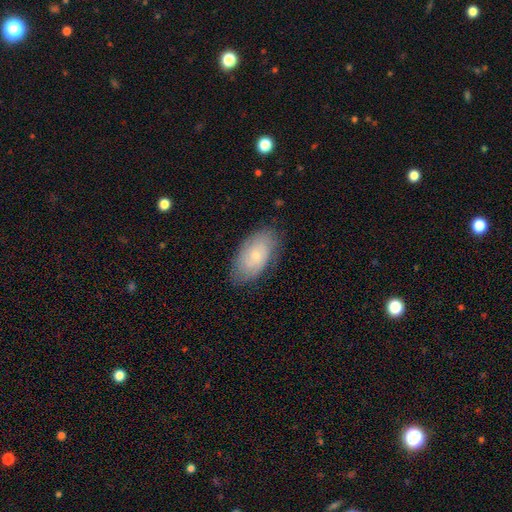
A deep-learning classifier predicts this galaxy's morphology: A smooth galaxy with no disk features (49%). Merging: none (78%).